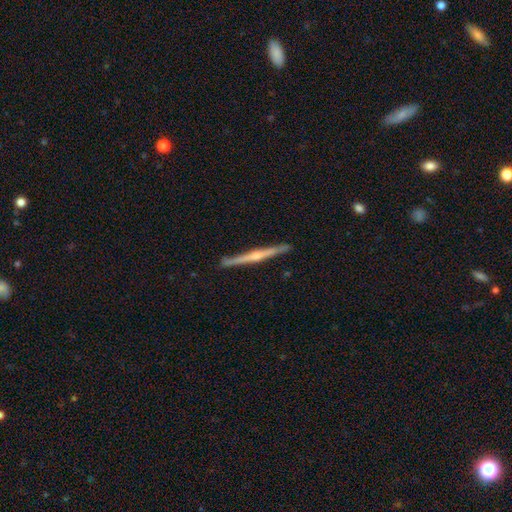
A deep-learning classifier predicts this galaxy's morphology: Smooth or featured? featured or disk (78%)
Edge-on disk? yes (98%)
Edge-on bulge? rounded (70%)
Merging? none (91%)